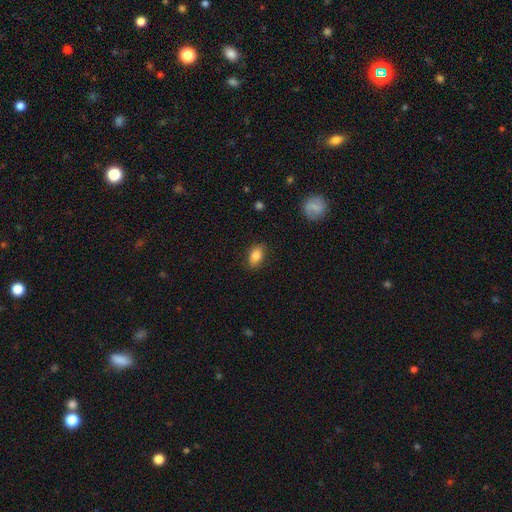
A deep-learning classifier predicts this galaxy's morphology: This is clearly a smooth galaxy (84%). How rounded: clearly in between (87%). Merging: clearly none (86%).